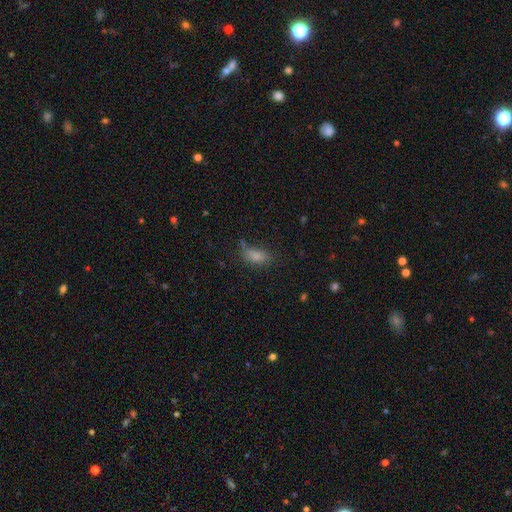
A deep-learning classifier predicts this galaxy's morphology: Smooth or featured? smooth (79%)
How rounded? in between (87%)
Merging? none (53%)